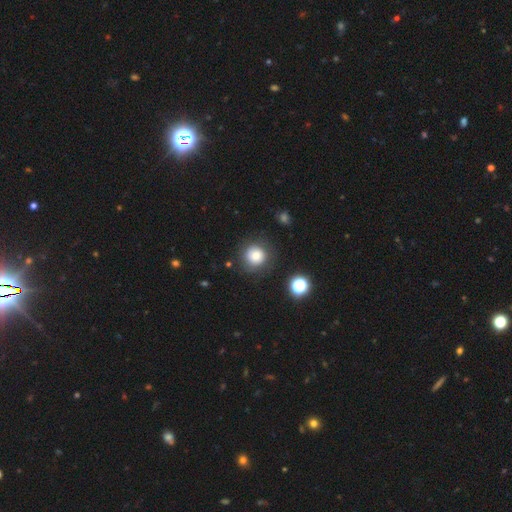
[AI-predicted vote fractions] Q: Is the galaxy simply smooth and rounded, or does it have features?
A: smooth — 77%.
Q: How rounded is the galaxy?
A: round — 93%.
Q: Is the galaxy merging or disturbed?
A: none — 80%.